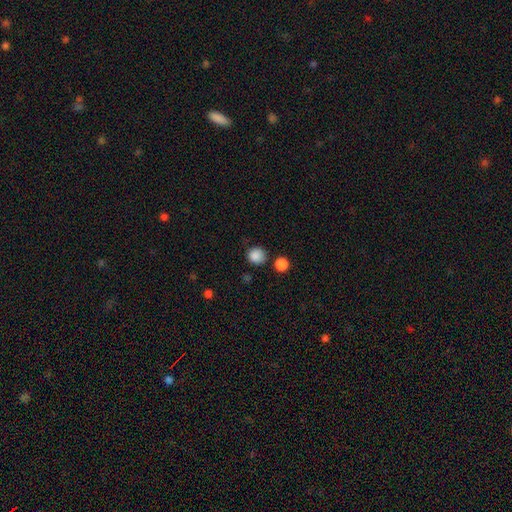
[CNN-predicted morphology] A smooth galaxy with no disk features (86%) that is round (89%).

Vote fractions:
- Smooth or featured? smooth: 86% / star or artifact: 10% / featured or disk: 3%
- How rounded? round: 89% / in between: 10% / cigar-shaped: 1%
- Merging? none: 79% / minor disturbance: 12% / merger: 6% / major disturbance: 3%